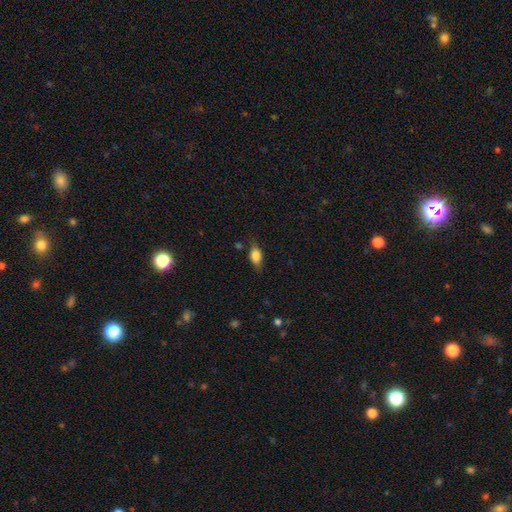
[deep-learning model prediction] Smooth or featured?
  - smooth: 77% *
  - featured or disk: 15%
  - star or artifact: 8%
How rounded?
  - in between: 83% *
  - cigar-shaped: 8%
  - round: 8%
Merging?
  - none: 71% *
  - minor disturbance: 22%
  - major disturbance: 5%
  - merger: 2%